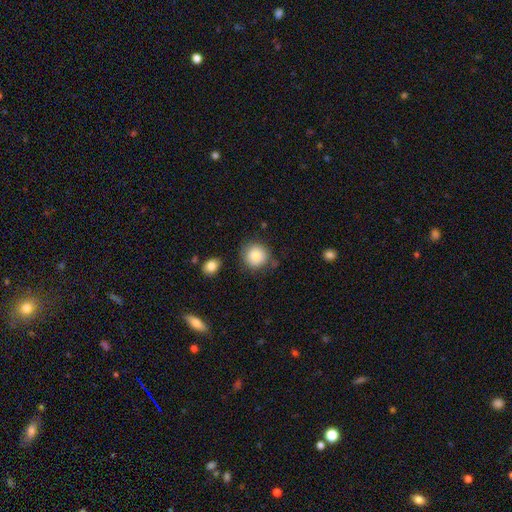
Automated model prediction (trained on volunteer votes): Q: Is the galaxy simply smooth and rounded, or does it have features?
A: smooth — 83%.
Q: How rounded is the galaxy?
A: round — 92%.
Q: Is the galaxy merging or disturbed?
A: none — 77%.